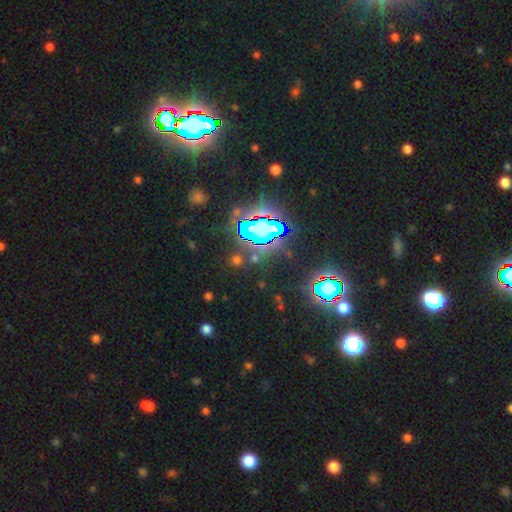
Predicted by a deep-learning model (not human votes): Smooth or featured: star or artifact — 72% (smooth — 17%)